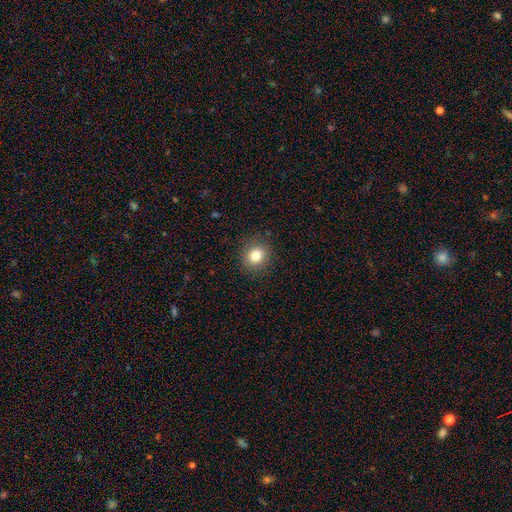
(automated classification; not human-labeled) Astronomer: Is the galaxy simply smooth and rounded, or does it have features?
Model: smooth — 81%.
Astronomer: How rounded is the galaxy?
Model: round — 82%.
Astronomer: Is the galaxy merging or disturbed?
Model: none — 88%.